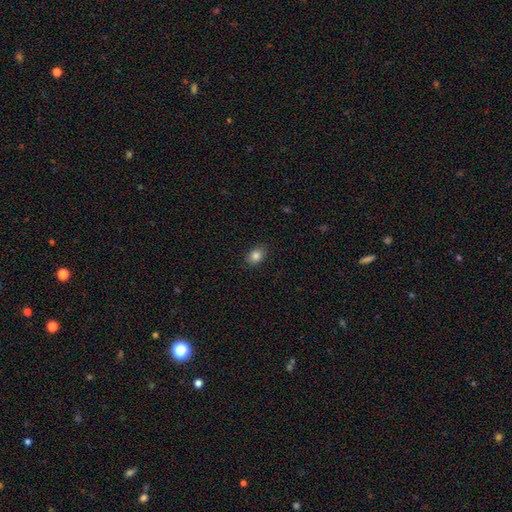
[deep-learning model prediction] Smooth or featured? smooth (85%)
How rounded? in between (74%)
Merging? none (86%)